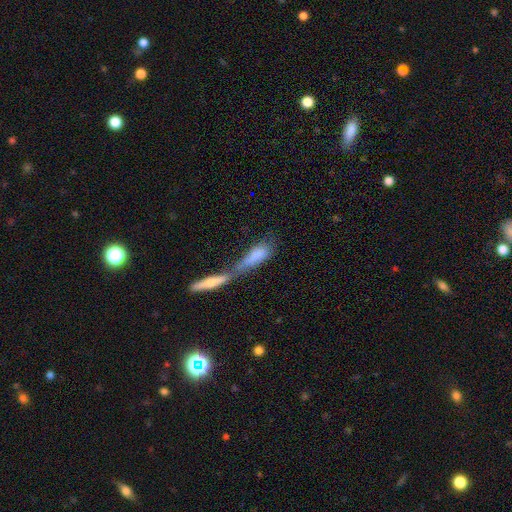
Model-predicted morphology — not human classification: This is likely a smooth galaxy (71%). How rounded: possibly cigar-shaped (54%). Merging: likely merger (71%).